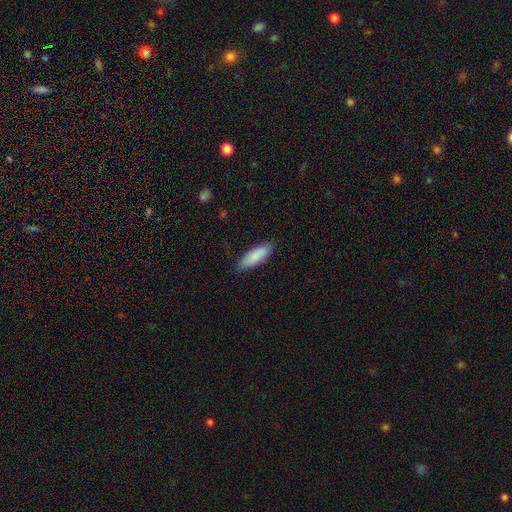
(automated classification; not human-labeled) smooth-or-featured: smooth: 87% | featured or disk: 8% | star or artifact: 6%
  how-rounded: in between: 59% | cigar-shaped: 39% | round: 1%
  merging: none: 84% | minor disturbance: 13% | major disturbance: 2% | merger: 1%